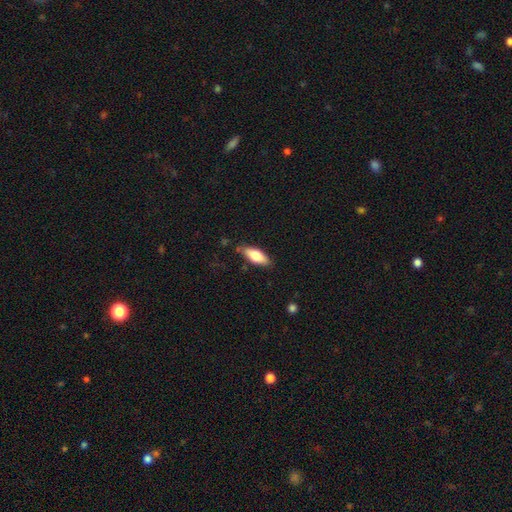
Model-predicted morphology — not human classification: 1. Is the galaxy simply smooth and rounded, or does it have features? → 74% smooth, 20% featured or disk, 6% star or artifact.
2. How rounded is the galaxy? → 74% in between, 24% cigar-shaped, 2% round.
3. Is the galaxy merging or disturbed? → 79% none, 16% minor disturbance, 3% major disturbance, 2% merger.